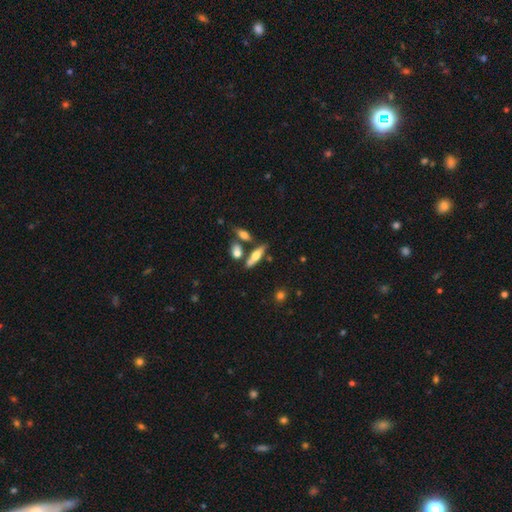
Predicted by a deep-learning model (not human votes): A smooth galaxy with no disk features (47%). Merging: none (65%).